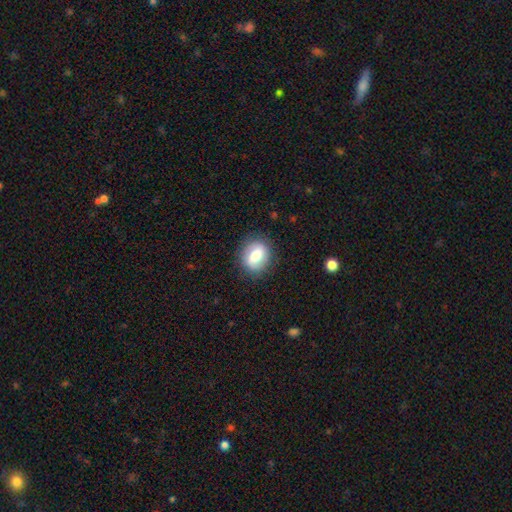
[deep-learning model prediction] A smooth galaxy with no disk features (65%) that is round (56%).

Vote fractions:
- Smooth or featured? smooth: 65% / featured or disk: 27% / star or artifact: 8%
- How rounded? round: 56% / in between: 42% / cigar-shaped: 1%
- Merging? none: 84% / minor disturbance: 11% / major disturbance: 4% / merger: 1%